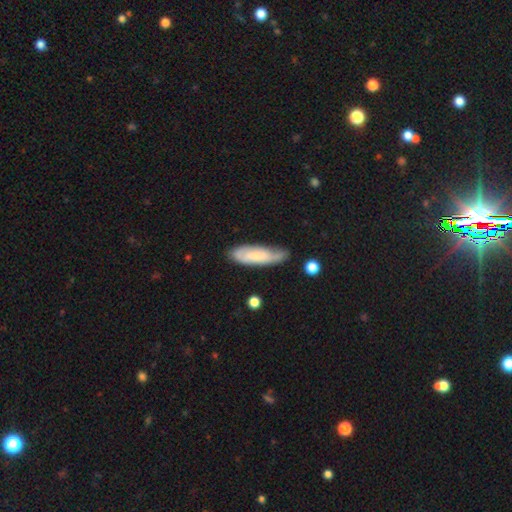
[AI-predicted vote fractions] smooth-or-featured: smooth: 56% | featured or disk: 38% | star or artifact: 6%
  how-rounded: cigar-shaped: 55% | in between: 43% | round: 2%
  merging: none: 59% | minor disturbance: 30% | major disturbance: 8% | merger: 4%